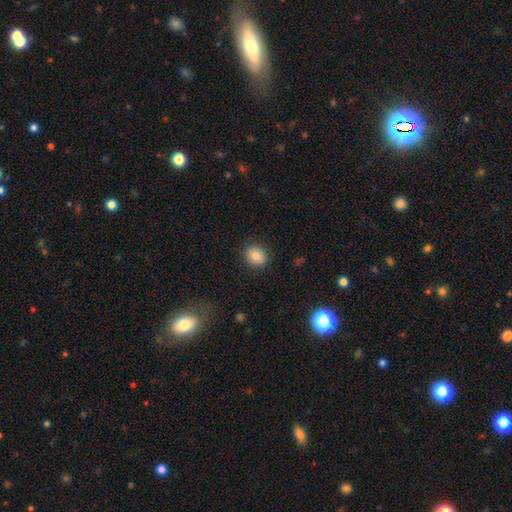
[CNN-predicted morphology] The model was most divided on "how rounded": round: 71%, in between: 28%, cigar-shaped: 1%. More confident: merging — none (88%); smooth or featured — smooth (84%).